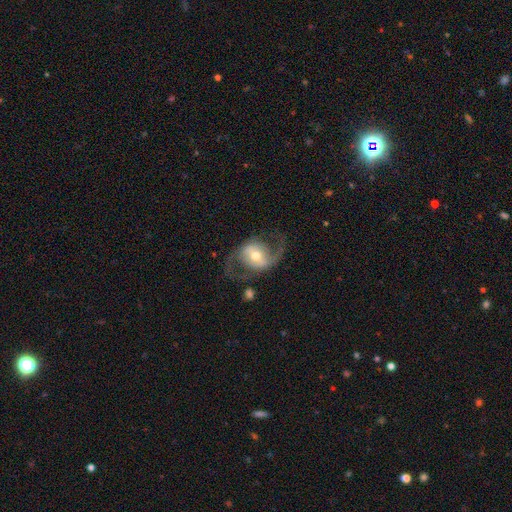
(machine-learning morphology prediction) featured or disk 84%, smooth 10%, star or artifact 5%. Down the decision tree: edge-on disk — no (97%); bar — weak (37%); spiral arms — yes (92%); spiral arm count — 2 (92%); spiral winding — medium (45%, tied with loose); bulge size — moderate (61%); merging — none (71%).